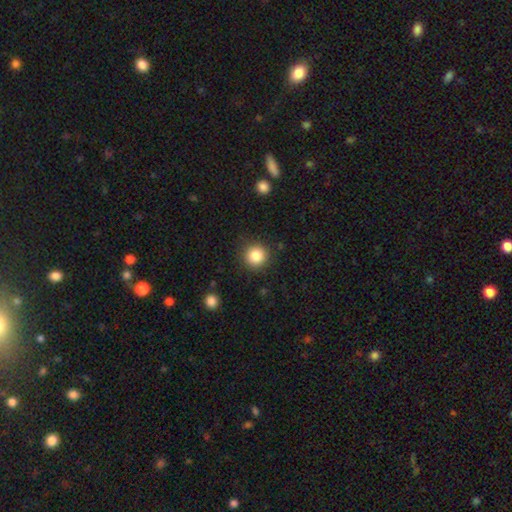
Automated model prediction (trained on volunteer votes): A smooth galaxy with no disk features (84%) that is round (94%).

Vote fractions:
- Smooth or featured? smooth: 84% / star or artifact: 10% / featured or disk: 5%
- How rounded? round: 94% / in between: 5% / cigar-shaped: 1%
- Merging? none: 89% / minor disturbance: 7% / major disturbance: 3% / merger: 1%